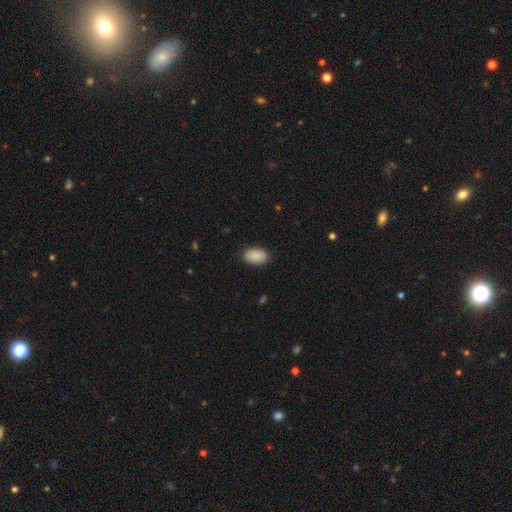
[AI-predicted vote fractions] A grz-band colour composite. It shows a smooth galaxy with no disk features (88%) that is in between round and cigar-shaped (92%). Merging: none (86%).